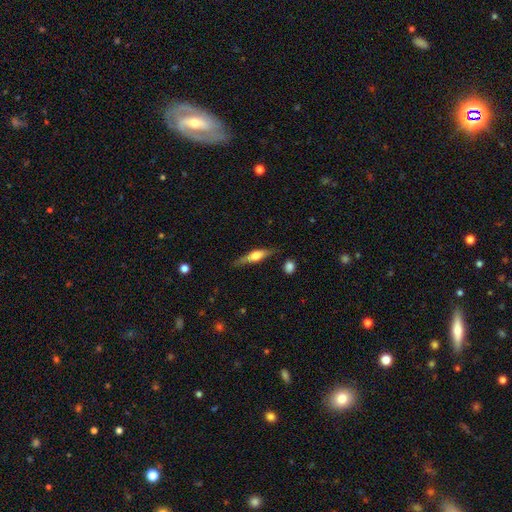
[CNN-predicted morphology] Q: Smooth or featured?
A: featured or disk (52%); runner-up: smooth (41%)
Q: Edge-on disk?
A: yes (92%); runner-up: no (8%)
Q: Merging?
A: none (75%); runner-up: minor disturbance (17%)